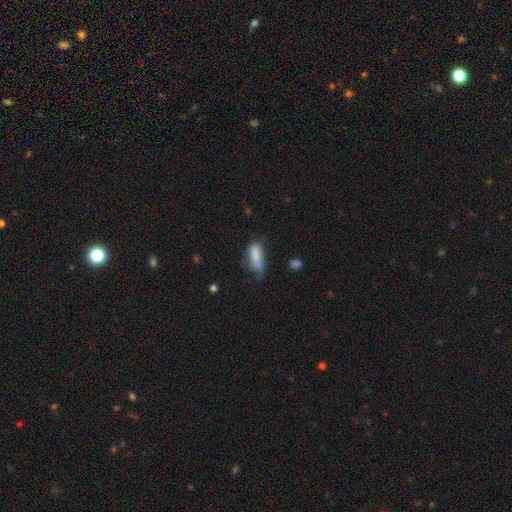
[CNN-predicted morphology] Smooth or featured? smooth (74%)
How rounded? in between (64%)
Merging? minor disturbance (35%)